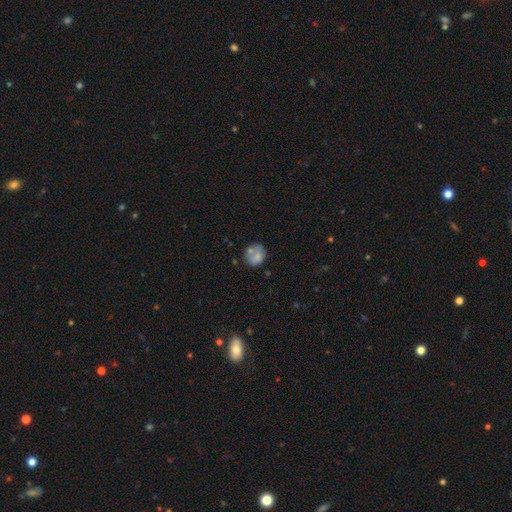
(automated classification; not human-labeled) Smooth or featured: smooth — 66% (featured or disk — 24%)
How rounded: round — 71% (in between — 28%)
Merging: none — 49% (minor disturbance — 22%)